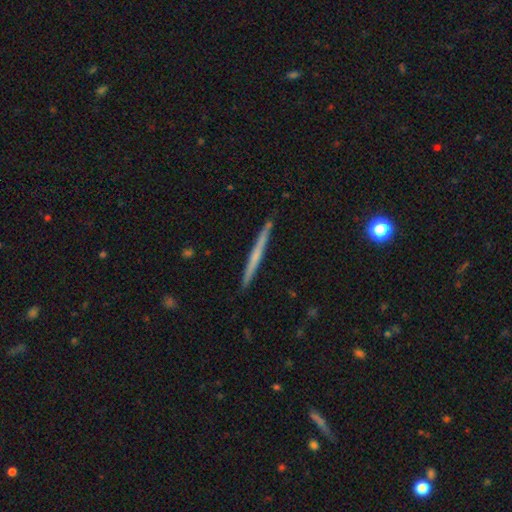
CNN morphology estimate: The model was most divided on "smooth or featured": featured or disk: 53%, smooth: 42%, star or artifact: 6%. More confident: edge-on disk — yes (98%); merging — none (91%); edge-on bulge — none (77%).